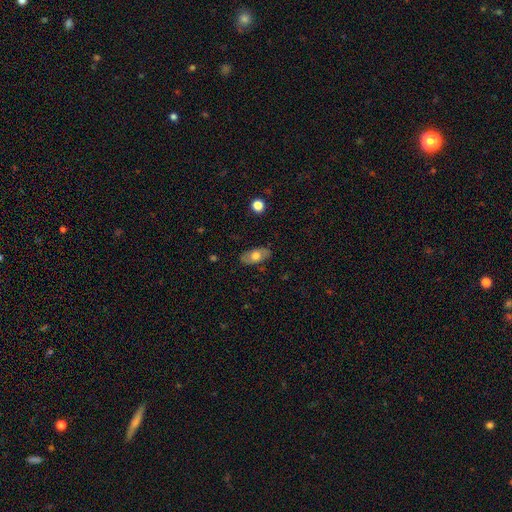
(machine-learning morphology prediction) The model was most divided on "smooth or featured": smooth: 62%, featured or disk: 31%, star or artifact: 6%. More confident: how rounded — in between (90%); merging — none (84%).